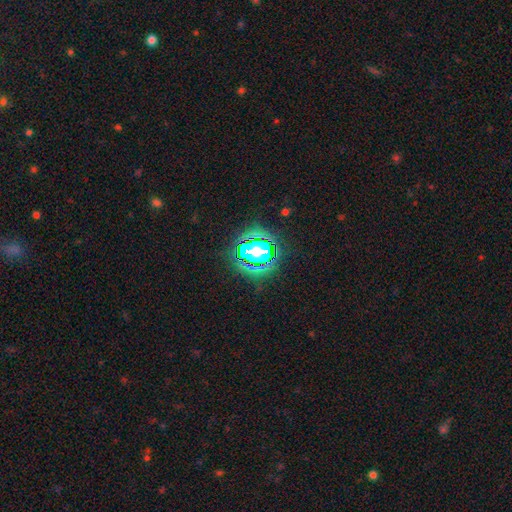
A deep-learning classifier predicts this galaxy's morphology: This is clearly a star or artifact rather than a galaxy (80%).